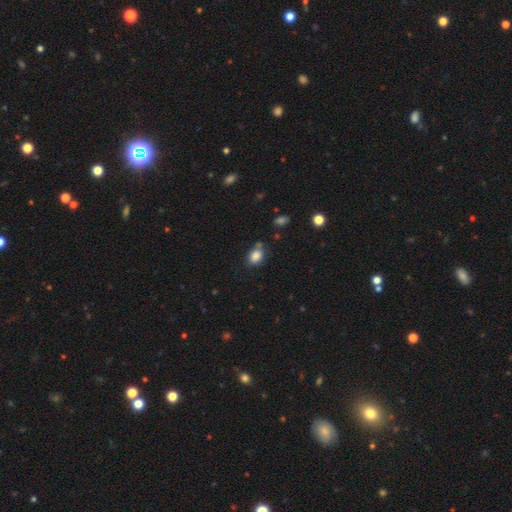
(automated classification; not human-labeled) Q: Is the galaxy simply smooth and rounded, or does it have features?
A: smooth — 85%.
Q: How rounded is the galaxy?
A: in between — 61%.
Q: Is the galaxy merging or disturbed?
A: none — 64%.